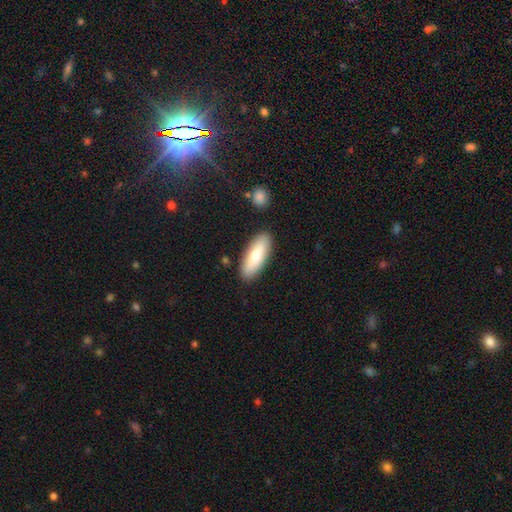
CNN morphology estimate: The model was most divided on "how rounded": in between: 69%, cigar-shaped: 30%, round: 2%. More confident: merging — none (86%); smooth or featured — smooth (81%).